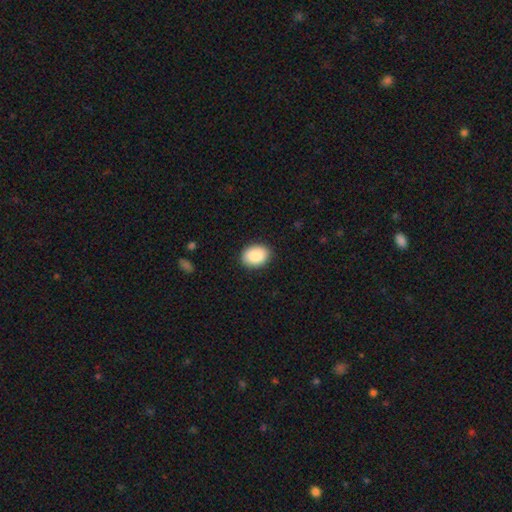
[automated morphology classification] A smooth galaxy with no disk features (89%) that is in between round and cigar-shaped (67%).

Vote fractions:
- Smooth or featured? smooth: 89% / star or artifact: 7% / featured or disk: 5%
- How rounded? in between: 67% / round: 32% / cigar-shaped: 1%
- Merging? none: 89% / minor disturbance: 8% / major disturbance: 2% / merger: 1%